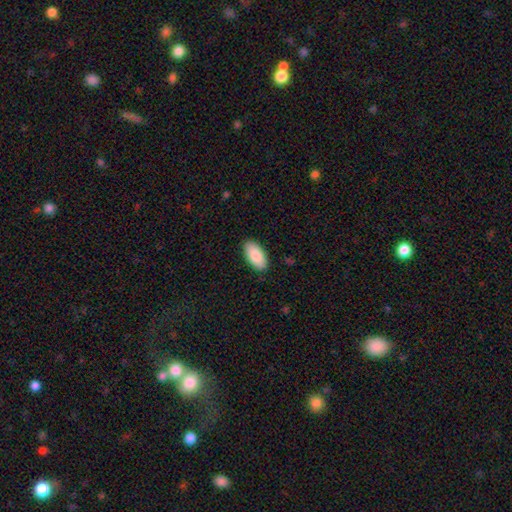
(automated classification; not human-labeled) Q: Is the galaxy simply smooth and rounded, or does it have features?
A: smooth — 88%.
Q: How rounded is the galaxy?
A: in between — 94%.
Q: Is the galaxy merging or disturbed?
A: none — 88%.